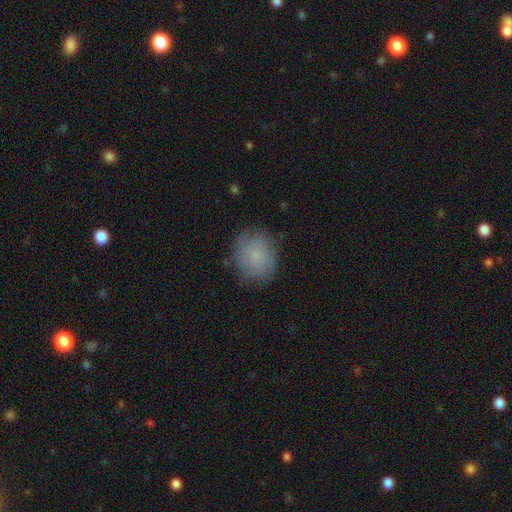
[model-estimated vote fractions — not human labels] This is likely a smooth galaxy (71%). How rounded: likely round (65%). Merging: likely none (78%).